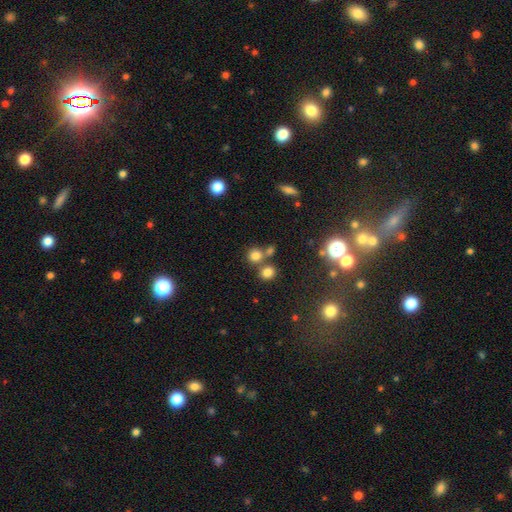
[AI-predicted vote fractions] Morphology: type=smooth (75%); roundness=round (86%); merging=none (61%).